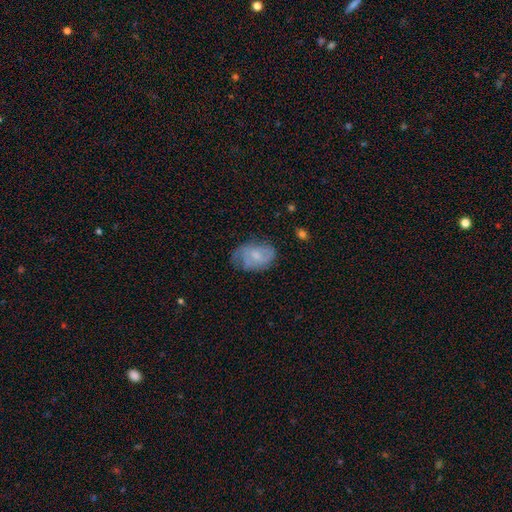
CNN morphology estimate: Q: Smooth or featured?
A: featured or disk (51%); runner-up: smooth (41%)
Q: Edge-on disk?
A: no (97%); runner-up: yes (3%)
Q: Merging?
A: none (54%); runner-up: minor disturbance (30%)